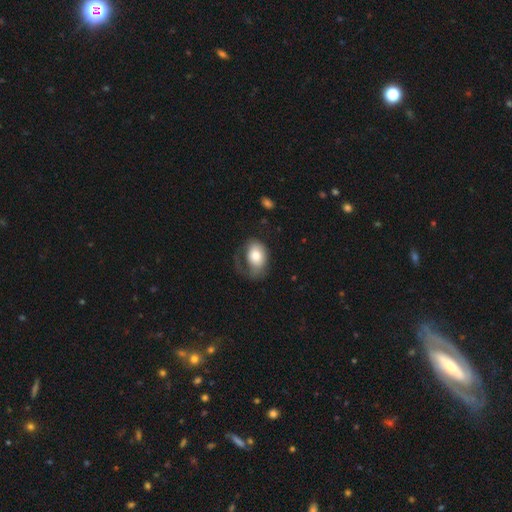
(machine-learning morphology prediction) Smooth or featured? smooth (70%)
How rounded? in between (75%)
Merging? major disturbance (44%)